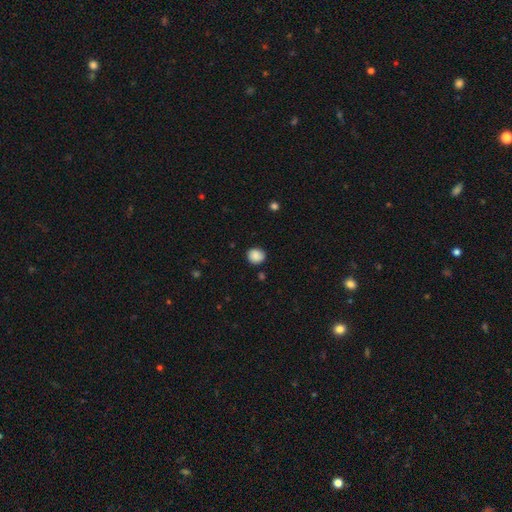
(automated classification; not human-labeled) Smooth or featured? smooth (88%)
How rounded? round (83%)
Merging? none (84%)